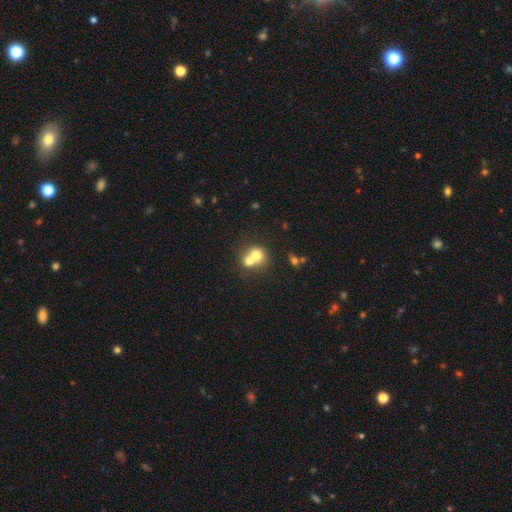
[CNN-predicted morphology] Smooth or featured? Predicted: smooth (p=0.70). How rounded? Predicted: round (p=0.80). Merging? Predicted: merger (p=0.62).